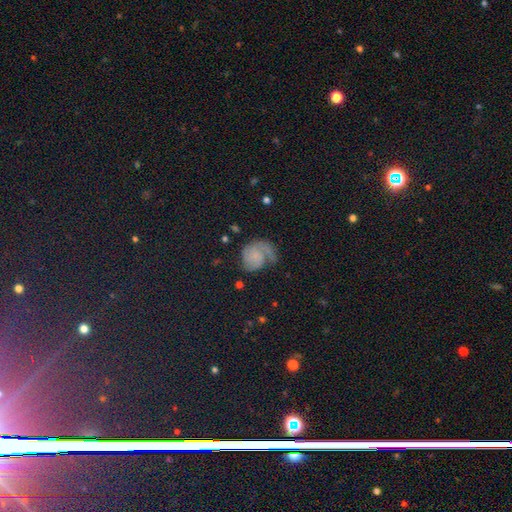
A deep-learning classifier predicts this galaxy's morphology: The model was most divided on "merging": none: 45%, major disturbance: 26%, minor disturbance: 25%, merger: 4%. More confident: edge-on disk — no (98%); spiral arms — yes (89%); bar — no (78%); bulge size — none (56%); smooth or featured — featured or disk (55%).